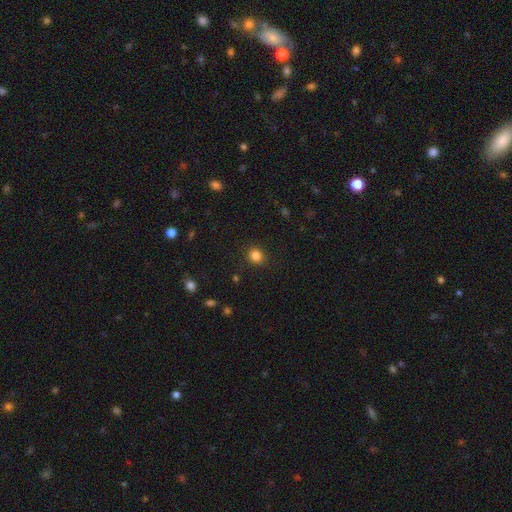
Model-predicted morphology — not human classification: This is clearly a smooth galaxy (84%). How rounded: clearly round (83%). Merging: clearly none (90%).